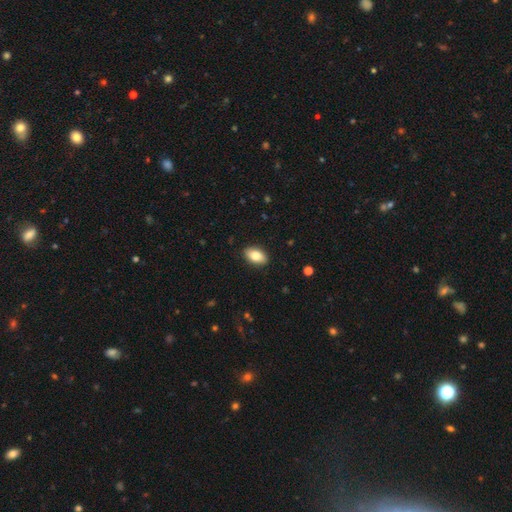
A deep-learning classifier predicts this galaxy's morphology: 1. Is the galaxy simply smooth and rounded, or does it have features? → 82% smooth, 12% featured or disk, 7% star or artifact.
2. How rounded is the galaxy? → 92% in between, 5% round, 3% cigar-shaped.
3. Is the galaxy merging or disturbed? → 89% none, 8% minor disturbance, 2% major disturbance, 1% merger.